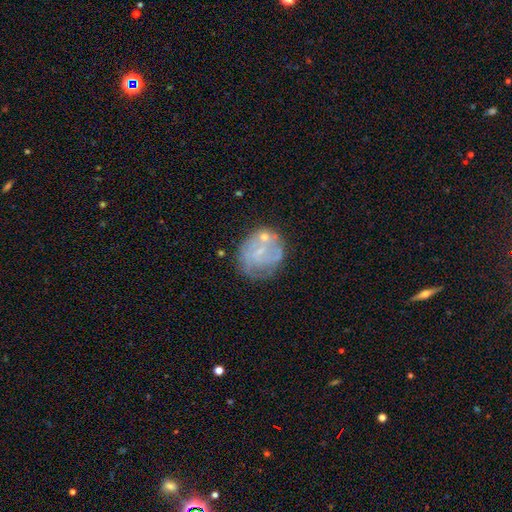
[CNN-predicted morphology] Q: Smooth or featured?
A: featured or disk (61%); runner-up: smooth (30%)
Q: Edge-on disk?
A: no (98%); runner-up: yes (2%)
Q: Bar?
A: no (58%); runner-up: weak (35%)
Q: Spiral arms?
A: yes (60%); runner-up: no (40%)
Q: Bulge size?
A: small (58%); runner-up: none (26%)
Q: Merging?
A: none (56%); runner-up: minor disturbance (22%)